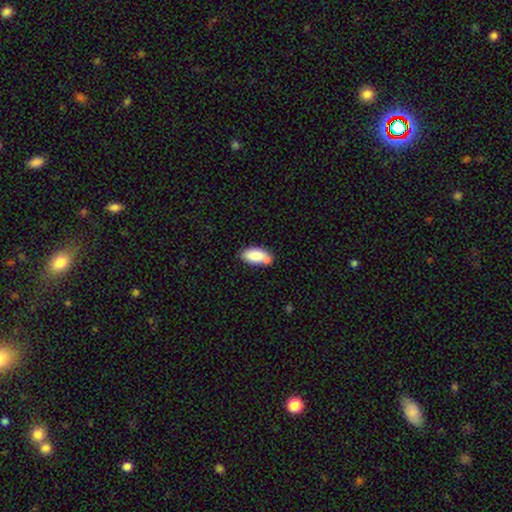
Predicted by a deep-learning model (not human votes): This appears to be a smooth galaxy with no disk features (84%) that is in between round and cigar-shaped (92%). Merging: none (61%).